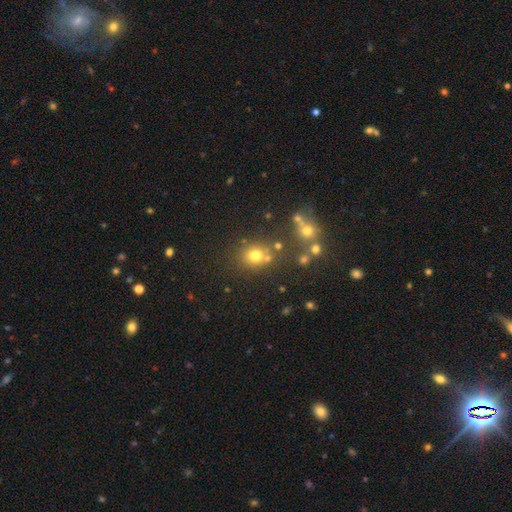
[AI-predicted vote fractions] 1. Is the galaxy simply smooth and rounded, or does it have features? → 71% smooth, 19% star or artifact, 10% featured or disk.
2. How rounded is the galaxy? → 74% round, 25% in between, 1% cigar-shaped.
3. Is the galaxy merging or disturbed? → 68% none, 14% merger, 12% minor disturbance, 5% major disturbance.